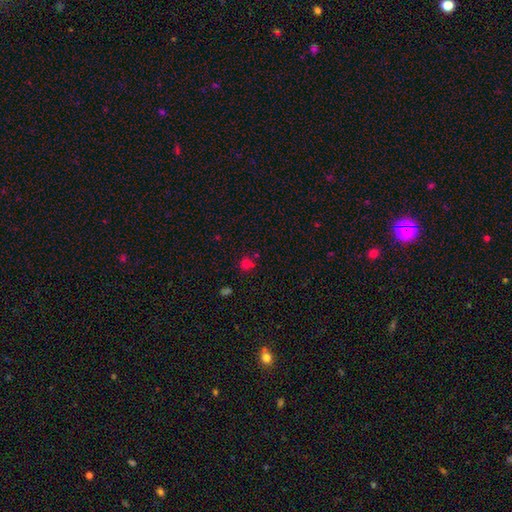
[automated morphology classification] Q: Smooth or featured?
A: smooth (63%); runner-up: star or artifact (30%)
Q: How rounded?
A: round (85%); runner-up: in between (13%)
Q: Merging?
A: none (68%); runner-up: merger (16%)